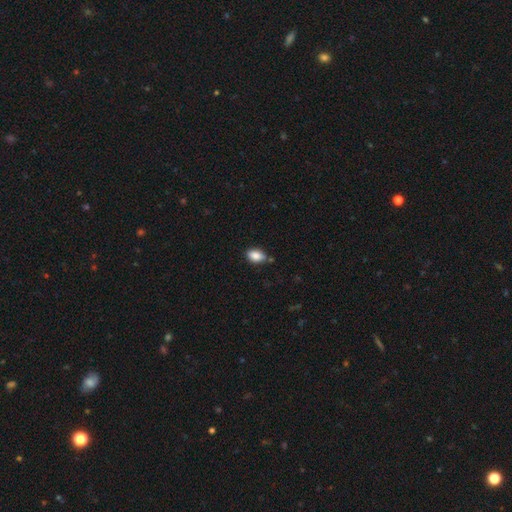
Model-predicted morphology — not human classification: This is clearly a smooth galaxy (86%). How rounded: clearly in between (88%). Merging: likely none (71%).